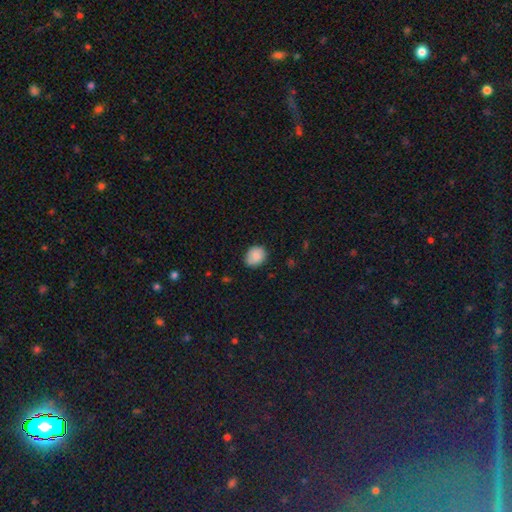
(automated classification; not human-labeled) The model was most divided on "how rounded": round: 58%, in between: 41%, cigar-shaped: 1%. More confident: smooth or featured — smooth (84%); merging — none (80%).